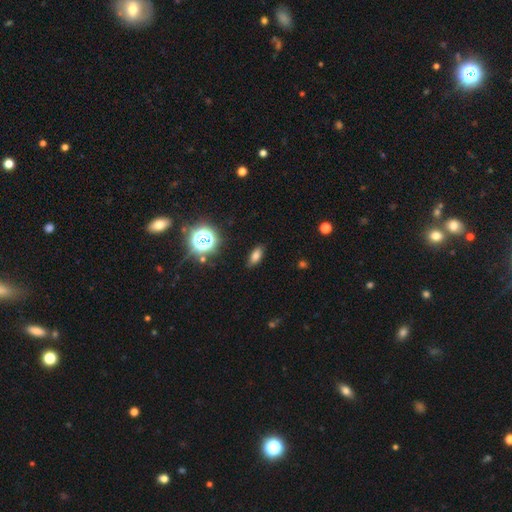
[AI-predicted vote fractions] Morphology: type=smooth (73%); roundness=in between (79%); merging=none (85%).